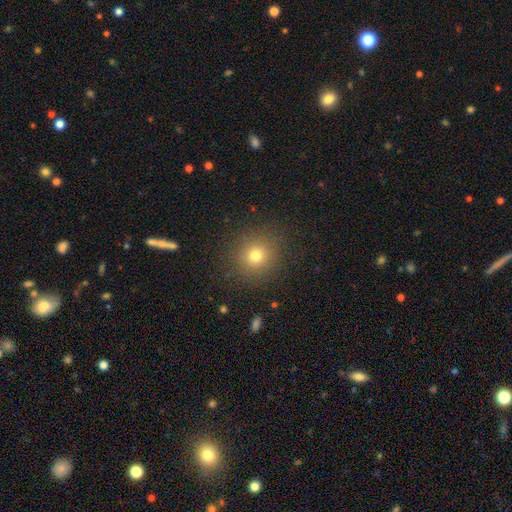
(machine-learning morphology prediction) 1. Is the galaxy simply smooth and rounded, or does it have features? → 75% smooth, 16% star or artifact, 9% featured or disk.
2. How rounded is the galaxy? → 91% round, 8% in between, 1% cigar-shaped.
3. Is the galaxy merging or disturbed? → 88% none, 7% minor disturbance, 3% major disturbance, 1% merger.